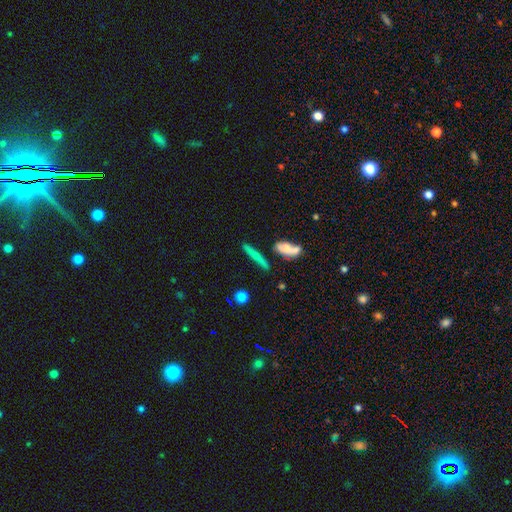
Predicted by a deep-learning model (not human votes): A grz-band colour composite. It shows a smooth galaxy with no disk features (53%) that is cigar-shaped (79%). Merging: none (62%).